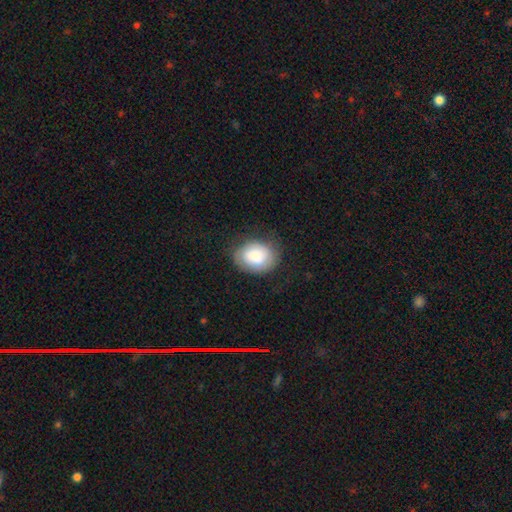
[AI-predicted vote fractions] Morphology: type=smooth (78%); roundness=in between (61%); merging=none (69%).